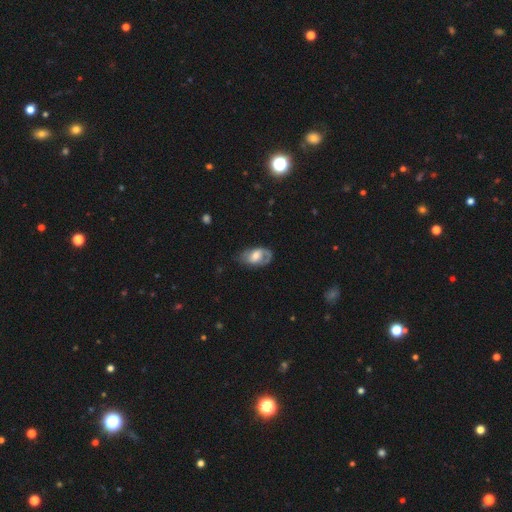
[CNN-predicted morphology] smooth_or_featured: featured or disk (p=0.56) [alt: smooth p=0.37]
disk_edge_on: no (p=0.94) [alt: yes p=0.06]
bar: no (p=0.51) [alt: weak p=0.38]
has_spiral_arms: yes (p=0.75) [alt: no p=0.25]
bulge_size: moderate (p=0.52) [alt: large p=0.23]
merging: none (p=0.51) [alt: minor disturbance p=0.28]